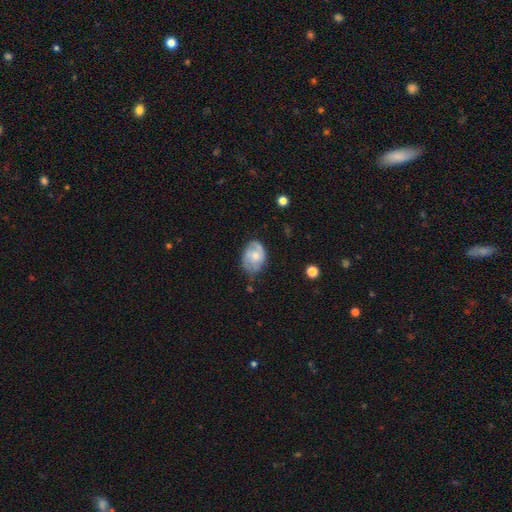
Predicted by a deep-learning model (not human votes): This appears to be a featured or disk galaxy (55%) with no bar (72%), spiral arms (74%) and a moderate central bulge (50%). Merging: none (56%).